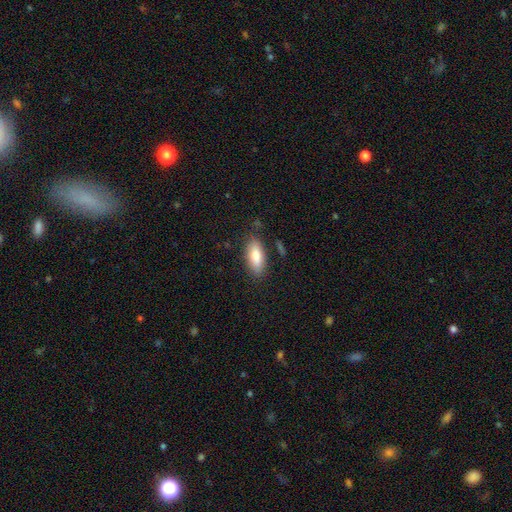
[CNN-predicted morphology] smooth 79%, featured or disk 15%, star or artifact 7%. Down the decision tree: how rounded — in between (82%); merging — none (81%).